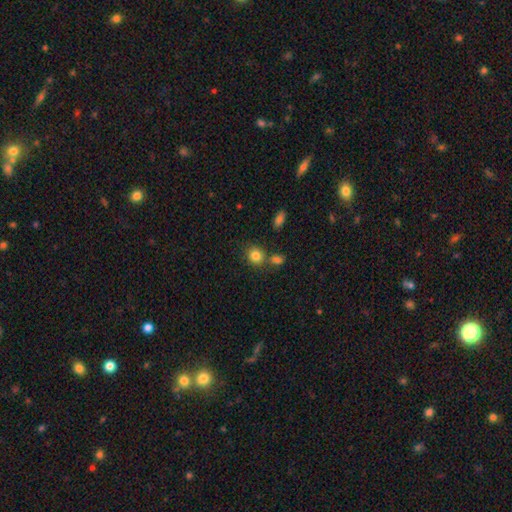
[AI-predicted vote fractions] Smooth or featured?
  - smooth: 83% *
  - star or artifact: 11%
  - featured or disk: 6%
How rounded?
  - round: 78% *
  - in between: 21%
  - cigar-shaped: 1%
Merging?
  - none: 67% *
  - merger: 20%
  - minor disturbance: 10%
  - major disturbance: 3%